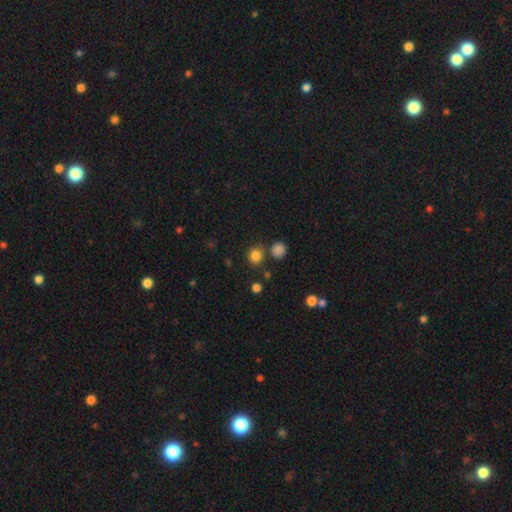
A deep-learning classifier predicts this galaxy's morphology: A smooth galaxy with no disk features (82%) that is round (86%). Merging: none (78%).